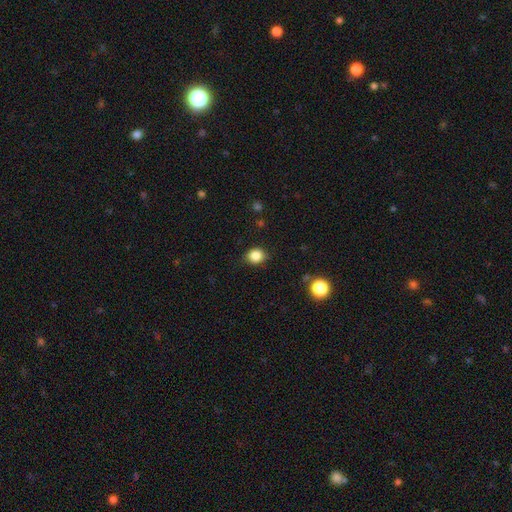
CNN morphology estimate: Q: Smooth or featured?
A: smooth (84%); runner-up: star or artifact (11%)
Q: How rounded?
A: round (72%); runner-up: in between (27%)
Q: Merging?
A: none (81%); runner-up: minor disturbance (15%)